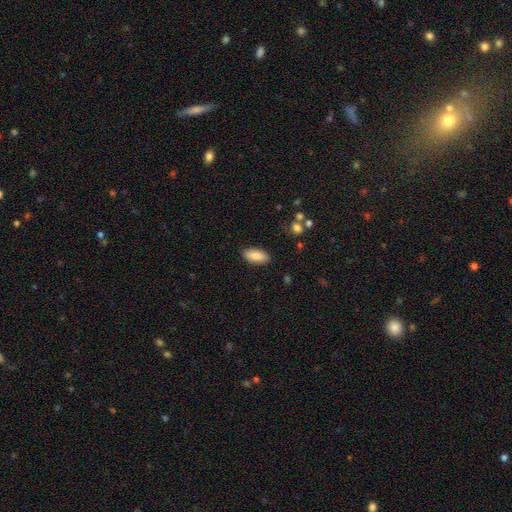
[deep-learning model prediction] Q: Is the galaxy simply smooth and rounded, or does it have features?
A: smooth — 86%.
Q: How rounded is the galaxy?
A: in between — 88%.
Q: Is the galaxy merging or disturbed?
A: none — 88%.